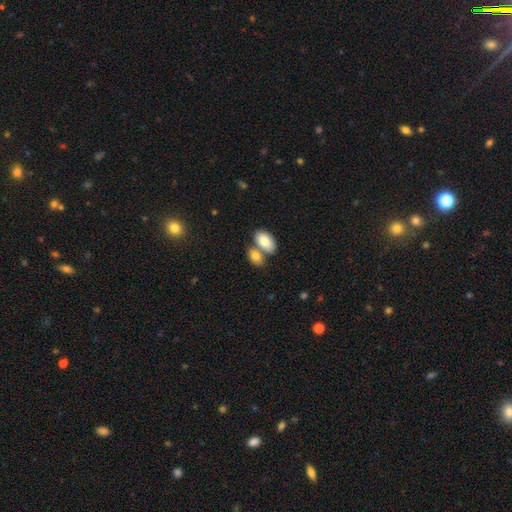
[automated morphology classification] A smooth galaxy with no disk features (83%) that is in between round and cigar-shaped (89%).

Vote fractions:
- Smooth or featured? smooth: 83% / featured or disk: 10% / star or artifact: 7%
- How rounded? in between: 89% / round: 8% / cigar-shaped: 2%
- Merging? merger: 47% / none: 40% / minor disturbance: 9% / major disturbance: 3%